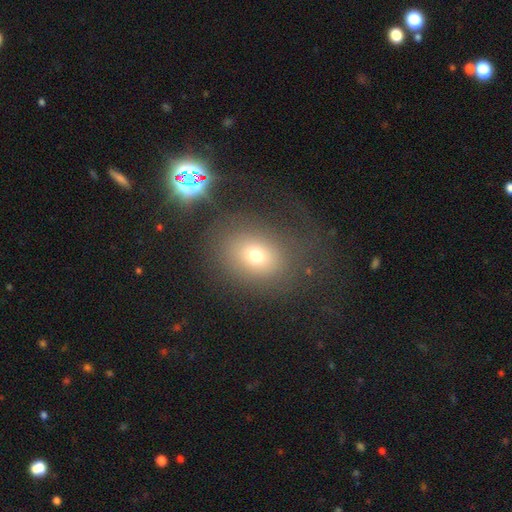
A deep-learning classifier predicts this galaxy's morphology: smooth-or-featured: smooth: 68% | star or artifact: 17% | featured or disk: 15%
  how-rounded: in between: 51% | round: 48% | cigar-shaped: 1%
  merging: none: 63% | major disturbance: 18% | minor disturbance: 15% | merger: 5%